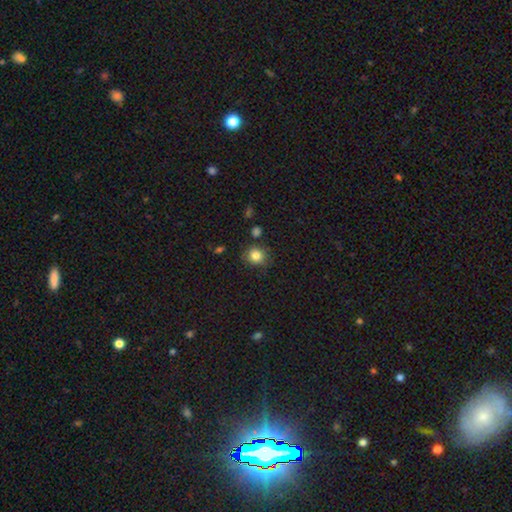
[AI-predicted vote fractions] Morphology: type=smooth (84%); roundness=round (81%); merging=none (81%).